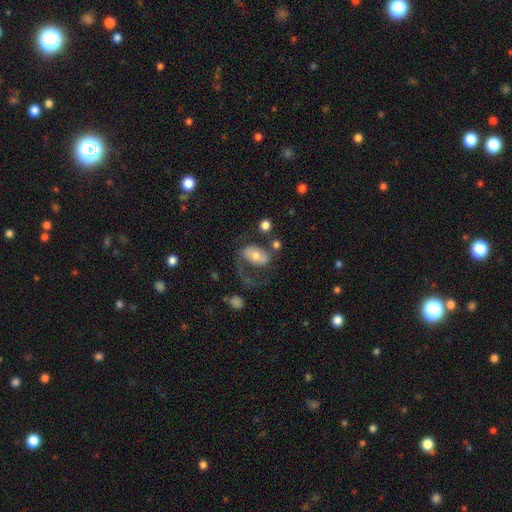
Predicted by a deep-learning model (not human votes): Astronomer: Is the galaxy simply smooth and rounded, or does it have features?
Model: featured or disk — 52% (runner-up: smooth, 40%).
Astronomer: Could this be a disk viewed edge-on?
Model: no — 95%.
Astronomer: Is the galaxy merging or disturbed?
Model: major disturbance — 39% (runner-up: none, 33%).